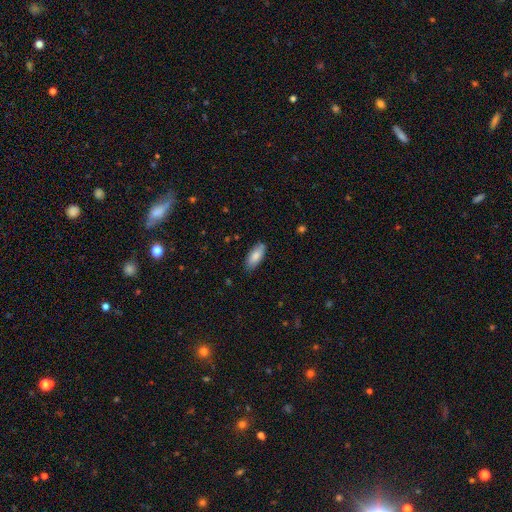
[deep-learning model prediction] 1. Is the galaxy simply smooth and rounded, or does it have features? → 84% smooth, 10% featured or disk, 6% star or artifact.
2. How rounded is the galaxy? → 82% in between, 16% cigar-shaped, 2% round.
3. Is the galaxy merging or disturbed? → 83% none, 14% minor disturbance, 2% major disturbance, 1% merger.